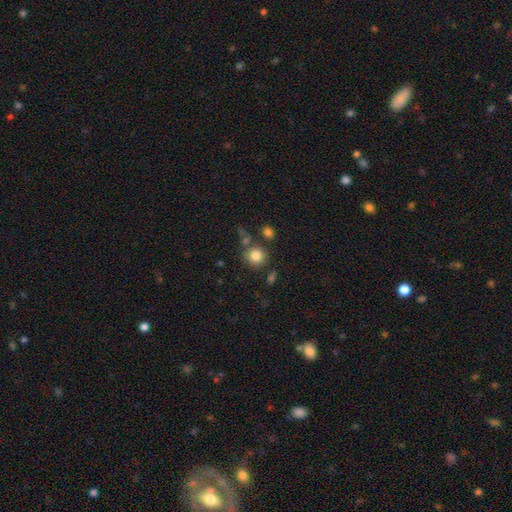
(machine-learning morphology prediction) A smooth galaxy with no disk features (82%) that is round (89%). Merging: none (74%).